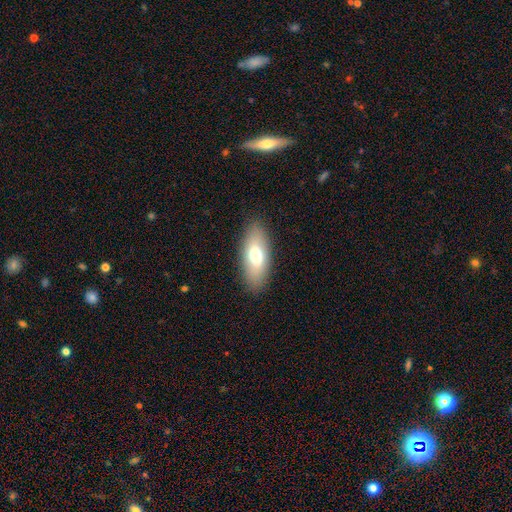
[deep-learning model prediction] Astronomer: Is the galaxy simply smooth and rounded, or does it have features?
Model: smooth — 69%.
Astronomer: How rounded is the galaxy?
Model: in between — 83%.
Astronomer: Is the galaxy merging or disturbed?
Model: none — 87%.